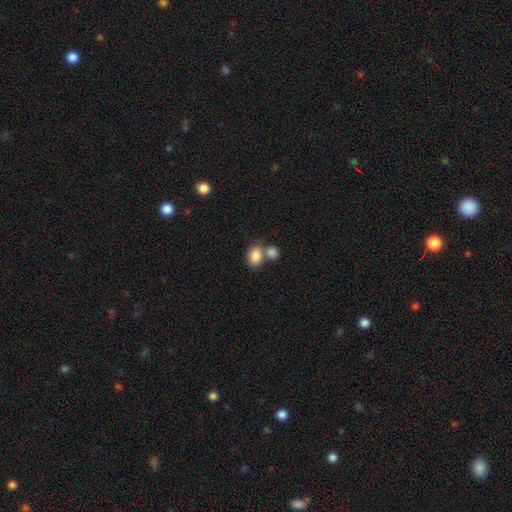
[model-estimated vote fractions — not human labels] Smooth or featured: smooth — 85% (star or artifact — 8%)
How rounded: in between — 77% (round — 22%)
Merging: none — 44% (merger — 42%)